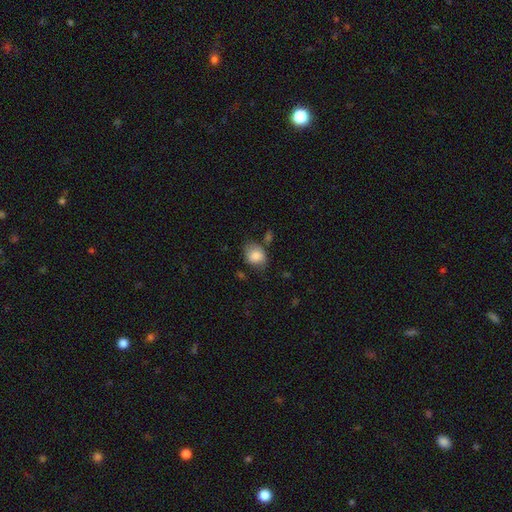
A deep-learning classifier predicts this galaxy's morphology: Smooth or featured?
  - smooth: 83% *
  - featured or disk: 10%
  - star or artifact: 8%
How rounded?
  - in between: 50% *
  - round: 49%
  - cigar-shaped: 1%
Merging?
  - none: 60% *
  - minor disturbance: 27%
  - major disturbance: 8%
  - merger: 5%